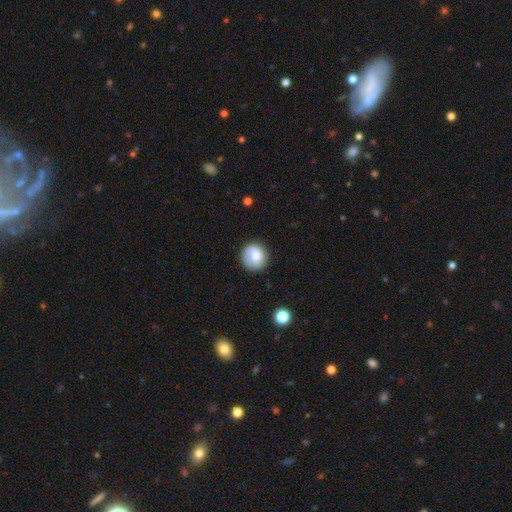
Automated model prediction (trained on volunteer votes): smooth-or-featured: smooth: 69% | featured or disk: 24% | star or artifact: 8%
  how-rounded: round: 90% | in between: 9% | cigar-shaped: 1%
  merging: none: 83% | minor disturbance: 12% | major disturbance: 4% | merger: 1%